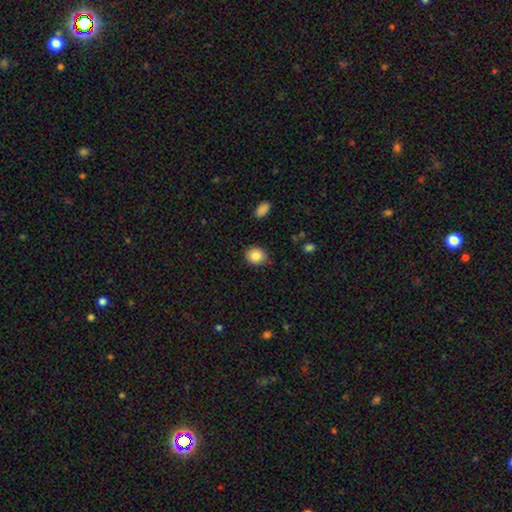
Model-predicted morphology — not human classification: Smooth or featured? Predicted: smooth (p=0.85). How rounded? Predicted: round (p=0.74). Merging? Predicted: none (p=0.87).